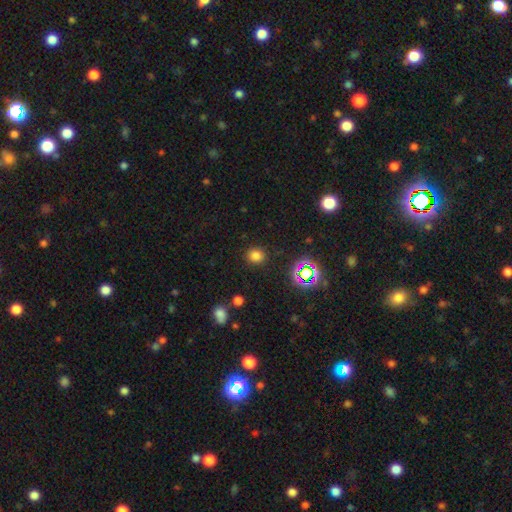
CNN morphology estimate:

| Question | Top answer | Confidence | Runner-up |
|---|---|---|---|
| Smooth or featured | smooth | 75% | star or artifact (19%) |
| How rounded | round | 84% | in between (14%) |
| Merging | none | 89% | minor disturbance (7%) |